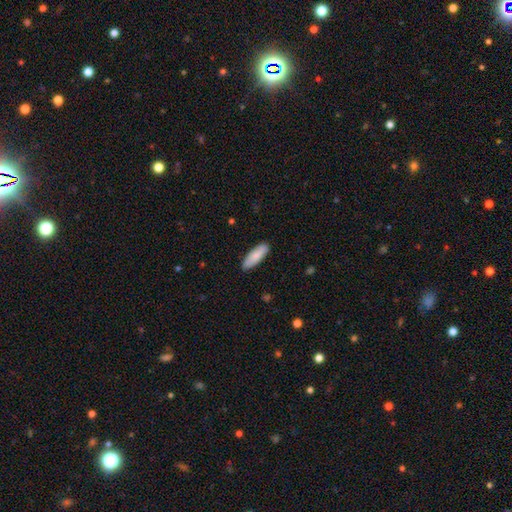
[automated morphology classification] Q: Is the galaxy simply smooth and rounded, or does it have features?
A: smooth — 86%.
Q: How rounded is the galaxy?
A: in between — 51%.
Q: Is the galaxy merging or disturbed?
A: none — 88%.